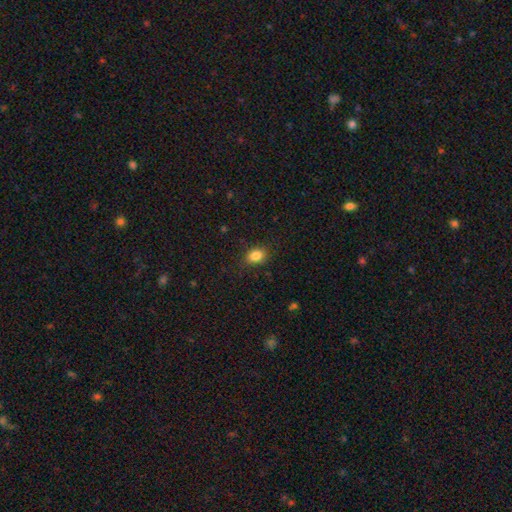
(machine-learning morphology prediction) Q: Smooth or featured?
A: smooth (85%); runner-up: star or artifact (10%)
Q: How rounded?
A: in between (66%); runner-up: round (32%)
Q: Merging?
A: none (84%); runner-up: minor disturbance (12%)